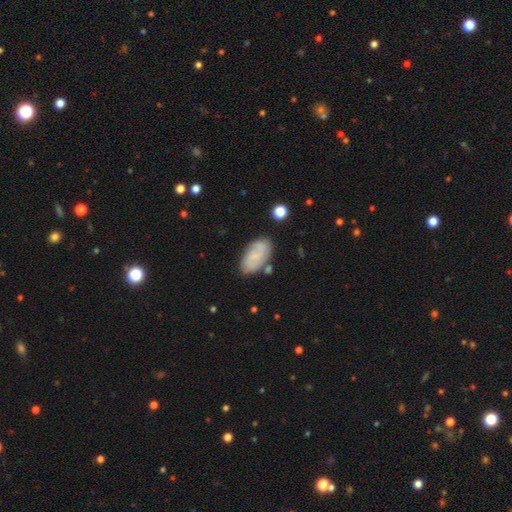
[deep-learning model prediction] Smooth or featured? smooth (56%)
How rounded? in between (93%)
Merging? none (74%)